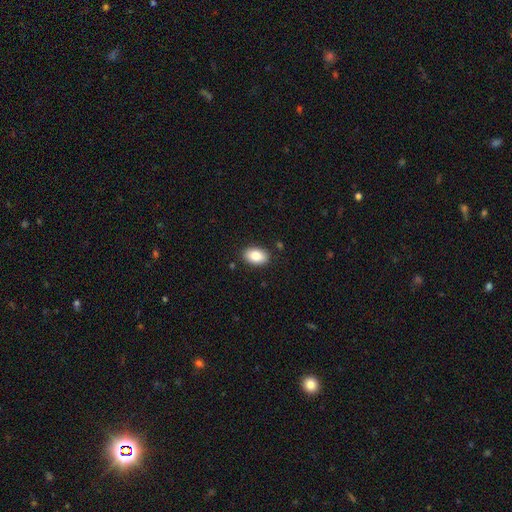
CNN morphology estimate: Smooth or featured? Predicted: smooth (p=0.85). How rounded? Predicted: in between (p=0.88). Merging? Predicted: none (p=0.88).